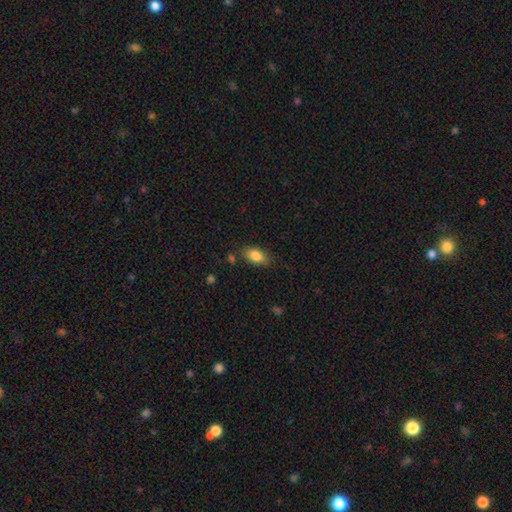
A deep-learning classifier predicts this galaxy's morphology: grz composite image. It shows a smooth galaxy with no disk features (84%) that is in between round and cigar-shaped (89%). Merging: none (78%).